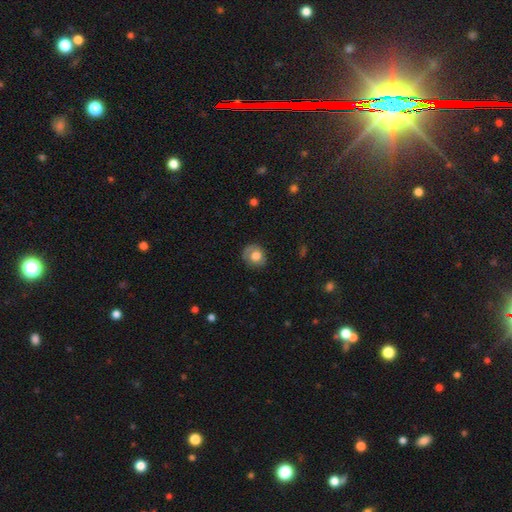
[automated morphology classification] This appears to be a smooth galaxy with no disk features (67%) that is round (77%). Merging: none (71%).